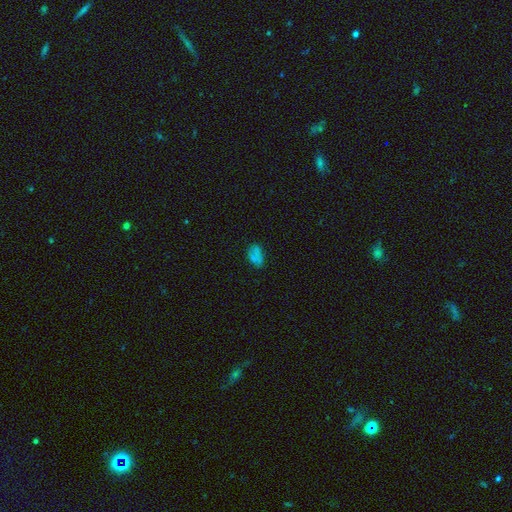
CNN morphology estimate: The model was most divided on "merging": none: 64%, minor disturbance: 21%, major disturbance: 9%, merger: 6%. More confident: how rounded — in between (88%); smooth or featured — smooth (70%).